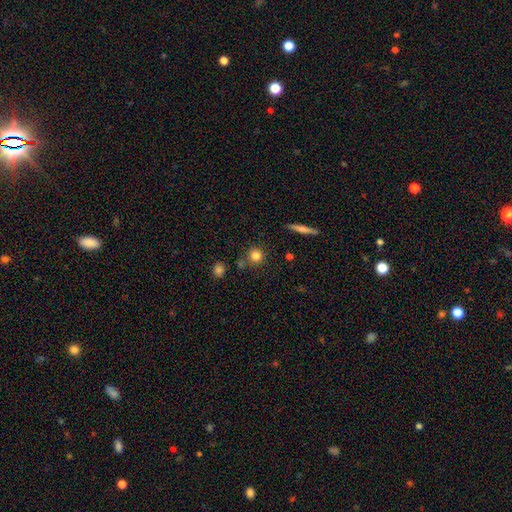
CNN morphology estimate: A smooth galaxy with no disk features (81%) that is round (90%).

Vote fractions:
- Smooth or featured? smooth: 81% / star or artifact: 12% / featured or disk: 8%
- How rounded? round: 90% / in between: 8% / cigar-shaped: 2%
- Merging? none: 78% / minor disturbance: 10% / merger: 9% / major disturbance: 3%